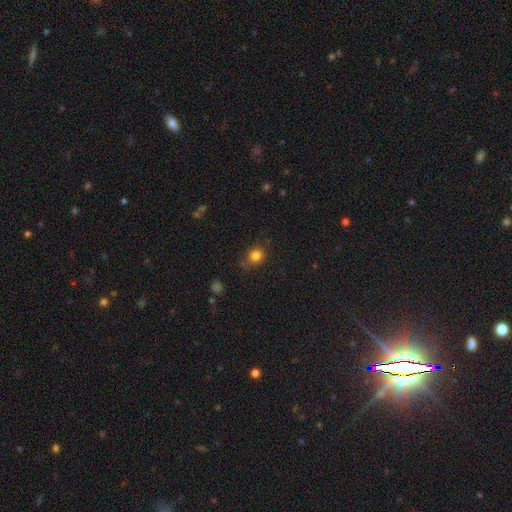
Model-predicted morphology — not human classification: Overall: smooth (82%). How rounded: round (78%). Merging: none (74%).